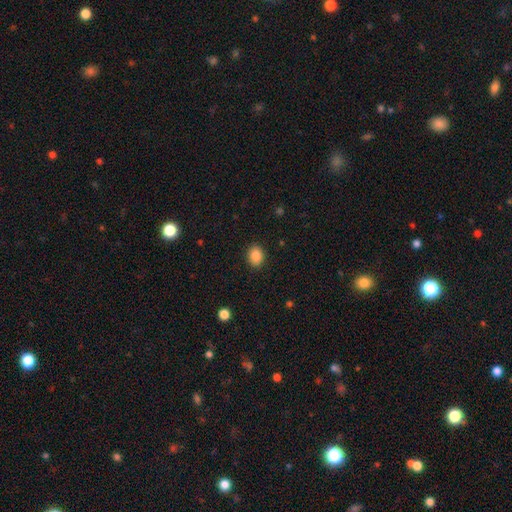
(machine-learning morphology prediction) Smooth or featured? Predicted: smooth (p=0.88). How rounded? Predicted: in between (p=0.61). Merging? Predicted: none (p=0.89).